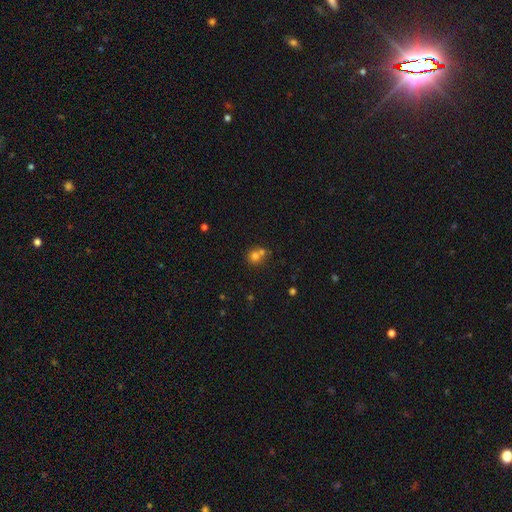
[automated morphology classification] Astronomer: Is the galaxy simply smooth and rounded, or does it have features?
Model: smooth — 72%.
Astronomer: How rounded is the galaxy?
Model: round — 85%.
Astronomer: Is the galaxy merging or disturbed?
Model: none — 45% (runner-up: merger, 44%).